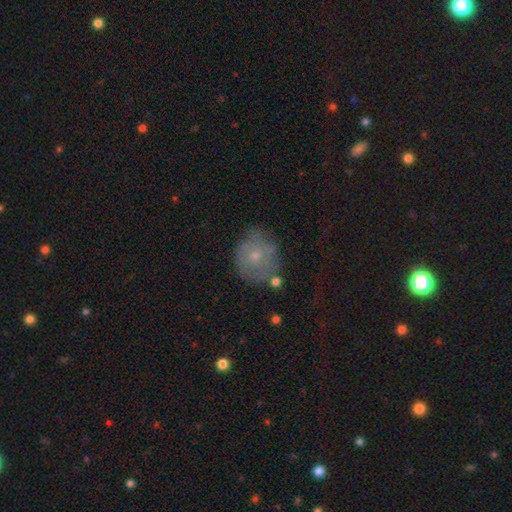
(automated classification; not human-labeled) smooth 57%, featured or disk 32%, star or artifact 10%. Down the decision tree: how rounded — round (78%); merging — none (59%).